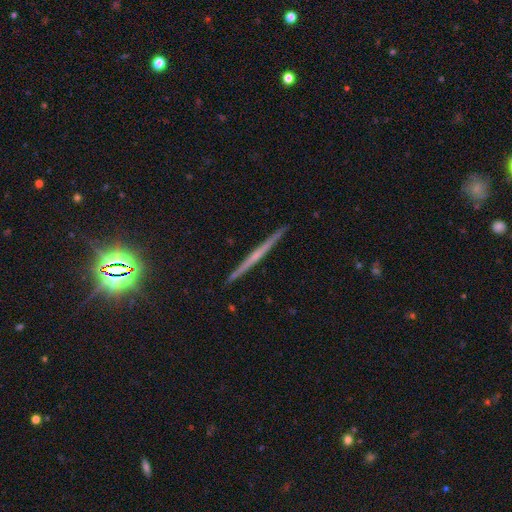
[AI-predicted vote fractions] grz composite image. It shows a featured or disk galaxy (67%) viewed edge-on (98%) with no central bulge (59%). Merging: none (92%).